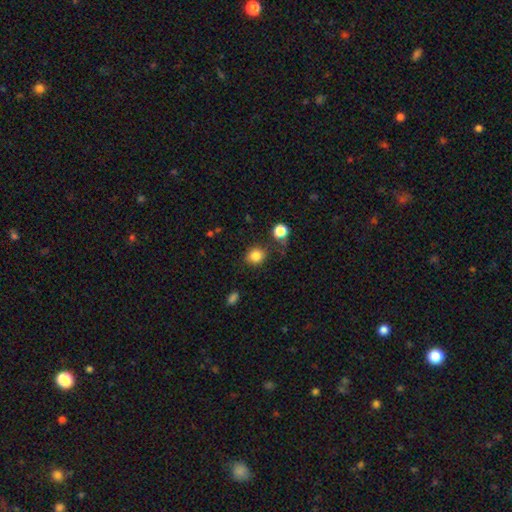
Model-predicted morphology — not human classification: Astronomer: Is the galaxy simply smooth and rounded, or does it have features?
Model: smooth — 84%.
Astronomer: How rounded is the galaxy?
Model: round — 76%.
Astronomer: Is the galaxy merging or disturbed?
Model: none — 78%.